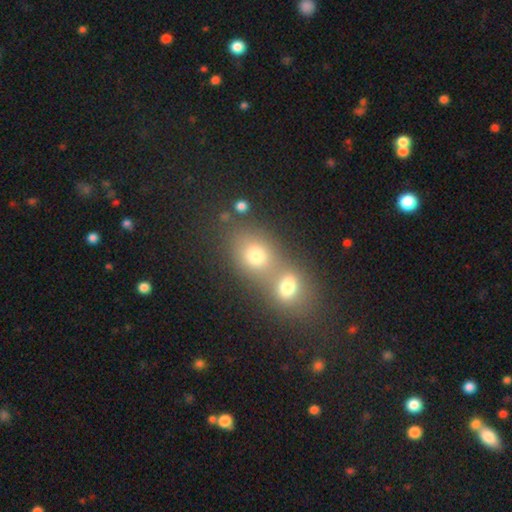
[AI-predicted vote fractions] smooth 72%, star or artifact 16%, featured or disk 13%. Down the decision tree: how rounded — round (53%); merging — merger (60%).